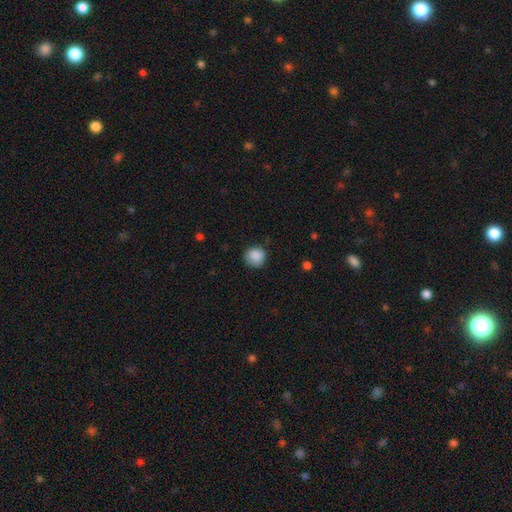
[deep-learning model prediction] Smooth or featured: smooth — 88% (star or artifact — 8%)
How rounded: round — 90% (in between — 9%)
Merging: none — 79% (minor disturbance — 17%)